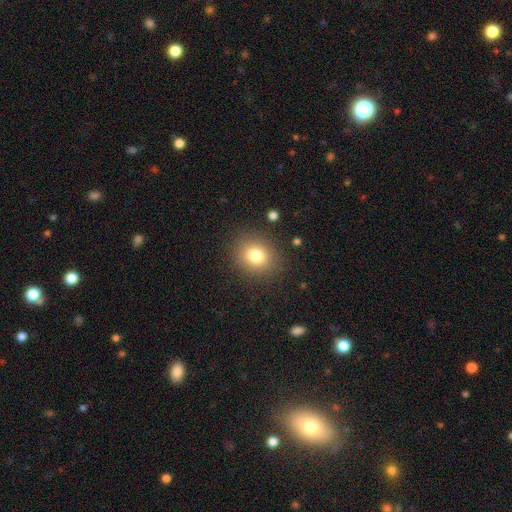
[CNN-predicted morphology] smooth_or_featured: smooth (p=0.79) [alt: star or artifact p=0.12]
how_rounded: round (p=0.75) [alt: in between p=0.24]
merging: none (p=0.87) [alt: minor disturbance p=0.08]